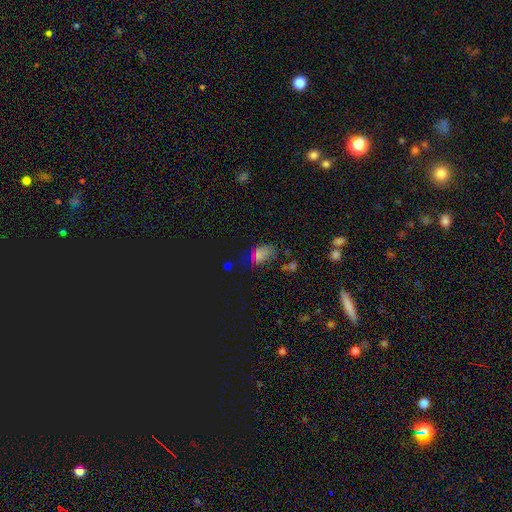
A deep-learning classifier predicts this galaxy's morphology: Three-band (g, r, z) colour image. It shows a smooth galaxy with no disk features (49%). Merging: none (60%).